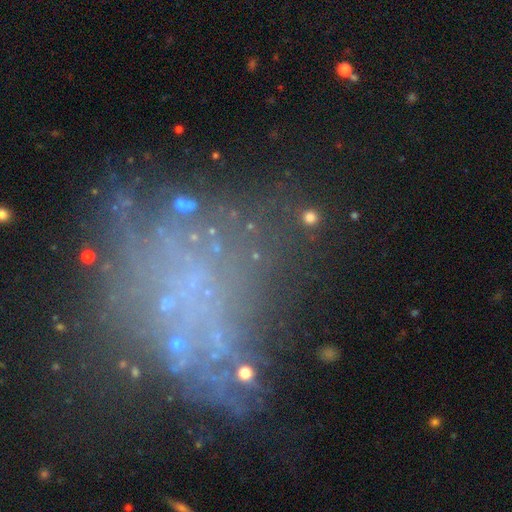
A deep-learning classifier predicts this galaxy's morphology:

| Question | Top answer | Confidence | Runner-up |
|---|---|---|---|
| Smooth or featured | star or artifact | 44% | smooth (30%) |